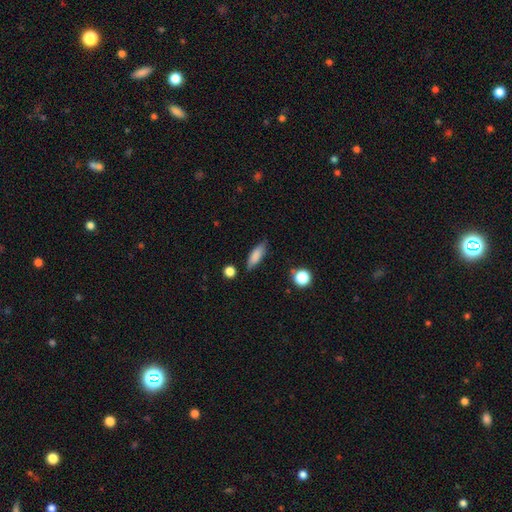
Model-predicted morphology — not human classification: Smooth or featured? Predicted: smooth (p=0.81). How rounded? Predicted: in between (p=0.60). Merging? Predicted: none (p=0.79).